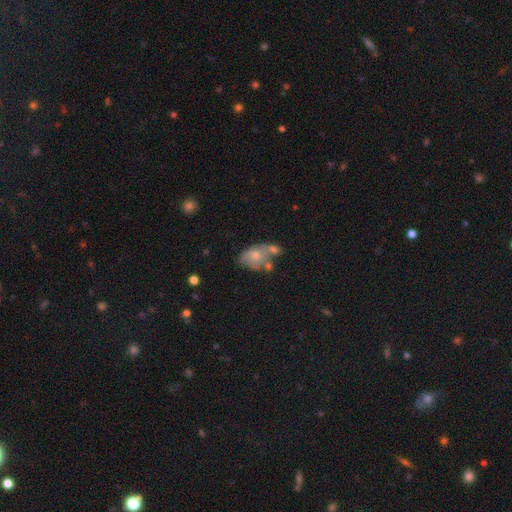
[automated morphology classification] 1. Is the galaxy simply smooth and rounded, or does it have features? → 57% smooth, 35% featured or disk, 8% star or artifact.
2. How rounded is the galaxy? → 83% in between, 15% round, 2% cigar-shaped.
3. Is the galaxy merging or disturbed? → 35% merger, 27% none, 23% minor disturbance, 15% major disturbance.